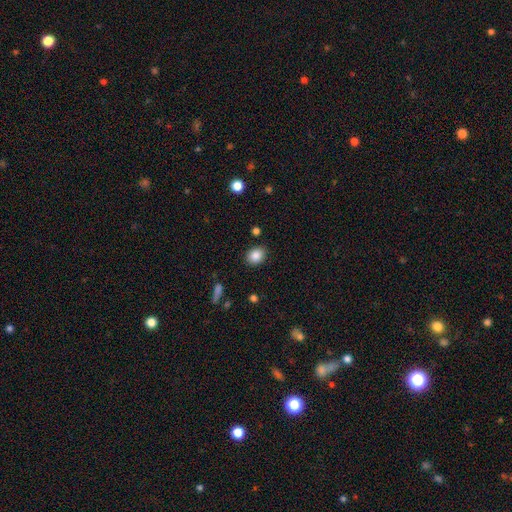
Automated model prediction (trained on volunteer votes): A smooth galaxy with no disk features (86%) that is in between round and cigar-shaped (53%). Merging: none (86%).